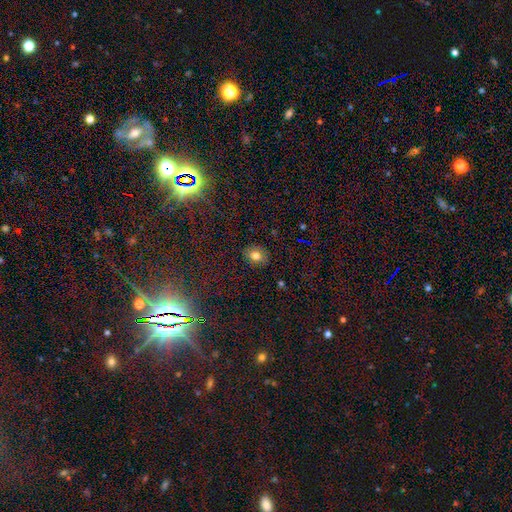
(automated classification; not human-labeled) Smooth or featured?
  - smooth: 77% *
  - star or artifact: 14%
  - featured or disk: 9%
How rounded?
  - round: 57% *
  - in between: 42%
  - cigar-shaped: 1%
Merging?
  - none: 86% *
  - minor disturbance: 10%
  - major disturbance: 3%
  - merger: 1%